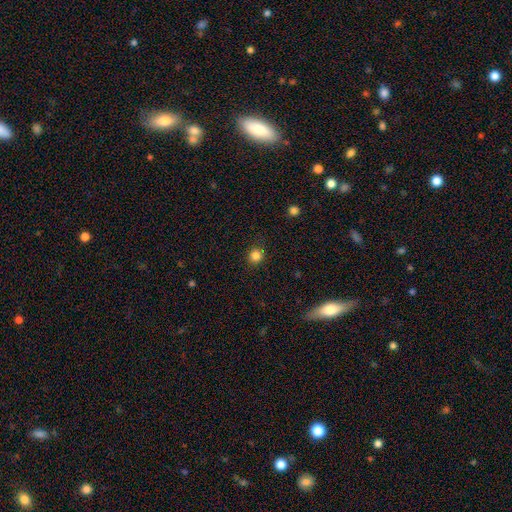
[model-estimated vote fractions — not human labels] Smooth or featured? smooth (84%)
How rounded? round (88%)
Merging? none (87%)